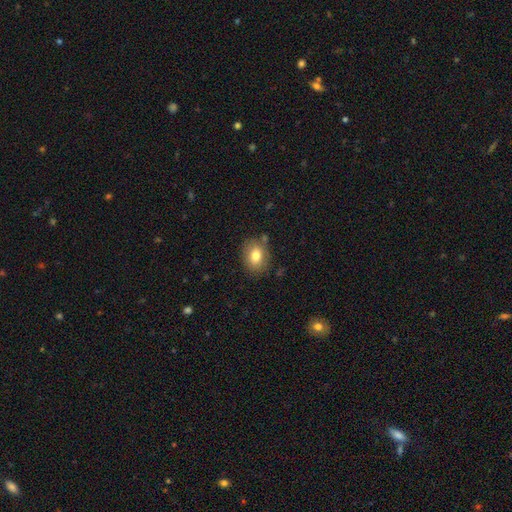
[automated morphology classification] smooth 78%, featured or disk 13%, star or artifact 9%. Down the decision tree: how rounded — in between (61%); merging — none (79%).